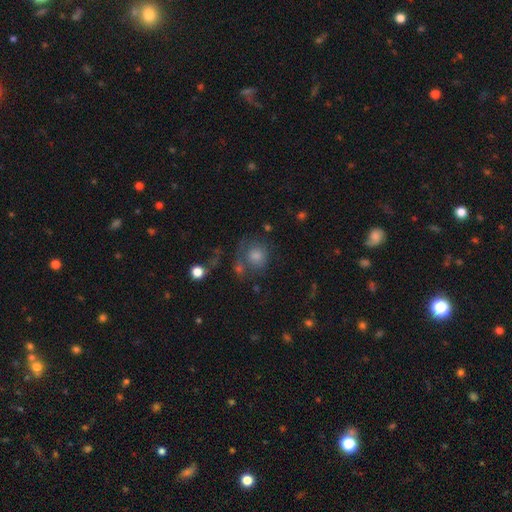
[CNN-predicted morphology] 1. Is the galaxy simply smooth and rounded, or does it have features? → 58% smooth, 25% featured or disk, 17% star or artifact.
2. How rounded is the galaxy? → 81% round, 18% in between, 1% cigar-shaped.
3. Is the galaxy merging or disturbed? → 50% none, 19% major disturbance, 16% minor disturbance, 14% merger.